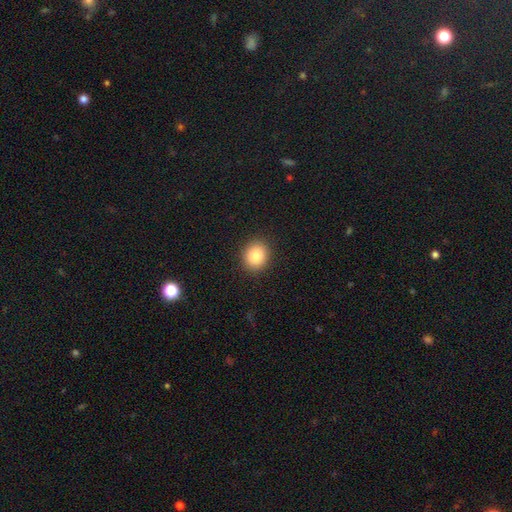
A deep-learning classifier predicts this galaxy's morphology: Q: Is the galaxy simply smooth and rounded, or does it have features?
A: smooth — 85%.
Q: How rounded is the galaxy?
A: round — 84%.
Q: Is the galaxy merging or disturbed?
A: none — 91%.